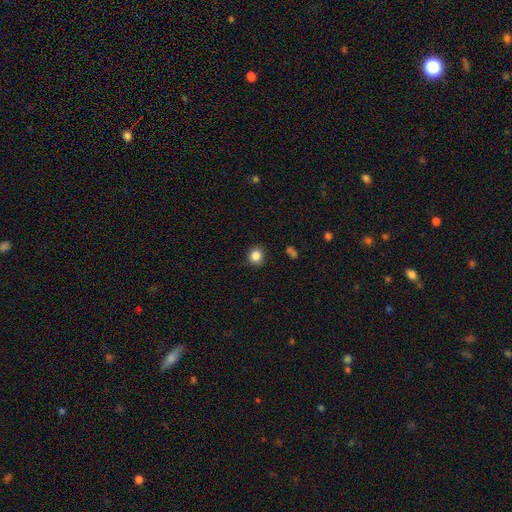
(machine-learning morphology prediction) A smooth galaxy with no disk features (85%) that is round (85%).

Vote fractions:
- Smooth or featured? smooth: 85% / star or artifact: 10% / featured or disk: 4%
- How rounded? round: 85% / in between: 14% / cigar-shaped: 1%
- Merging? none: 87% / minor disturbance: 9% / major disturbance: 2% / merger: 1%